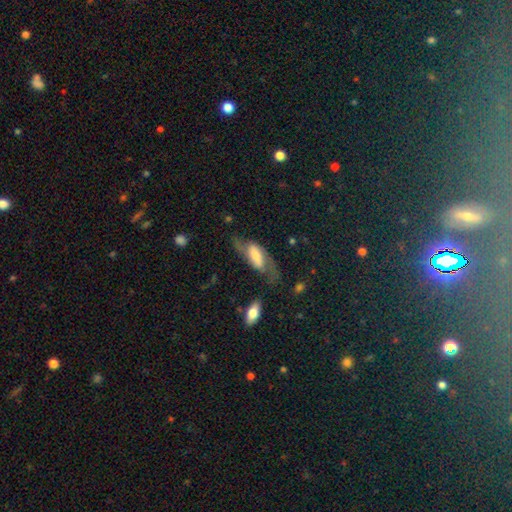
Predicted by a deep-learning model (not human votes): Smooth or featured?
  - featured or disk: 66% *
  - smooth: 27%
  - star or artifact: 7%
Edge-on disk?
  - no: 88% *
  - yes: 12%
Bar?
  - weak: 38% *
  - strong: 33%
  - no: 29%
Spiral arms?
  - yes: 88% *
  - no: 12%
Spiral winding?
  - loose: 48% *
  - medium: 40%
  - tight: 12%
Spiral arm count?
  - 2: 88% *
  - can't tell: 5%
  - 1: 3%
  - 3: 1%
  - 4: 1%
  - more than 4: 1%
Bulge size?
  - moderate: 34% *
  - small: 30%
  - large: 23%
  - none: 9%
  - dominant: 5%
Merging?
  - none: 59% *
  - minor disturbance: 19%
  - major disturbance: 19%
  - merger: 3%